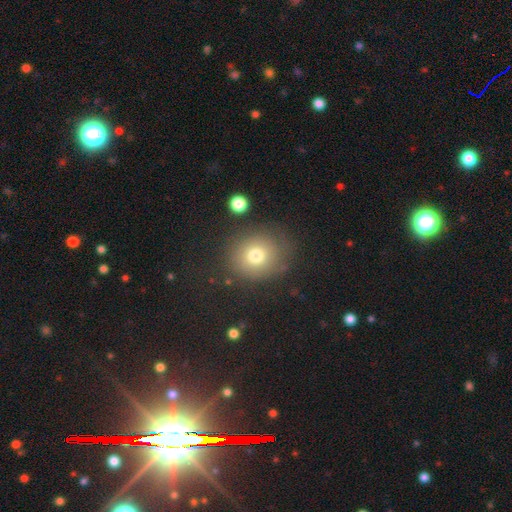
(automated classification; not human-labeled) smooth-or-featured: smooth: 75% | star or artifact: 13% | featured or disk: 12%
  how-rounded: round: 75% | in between: 24% | cigar-shaped: 1%
  merging: none: 75% | minor disturbance: 15% | major disturbance: 7% | merger: 3%